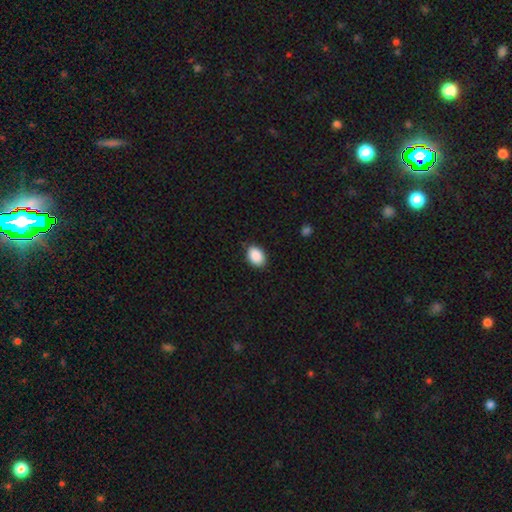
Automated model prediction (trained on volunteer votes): smooth 90%, star or artifact 7%, featured or disk 3%. Down the decision tree: how rounded — in between (81%); merging — none (84%).